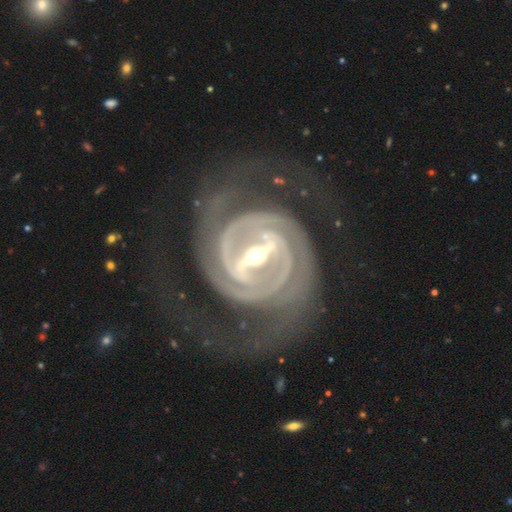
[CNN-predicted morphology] A featured or disk galaxy (94%) with a strong bar (80%), 2 (77%) tight (69%) spiral arms (98%) and a moderate central bulge (50%). Merging: none (73%).